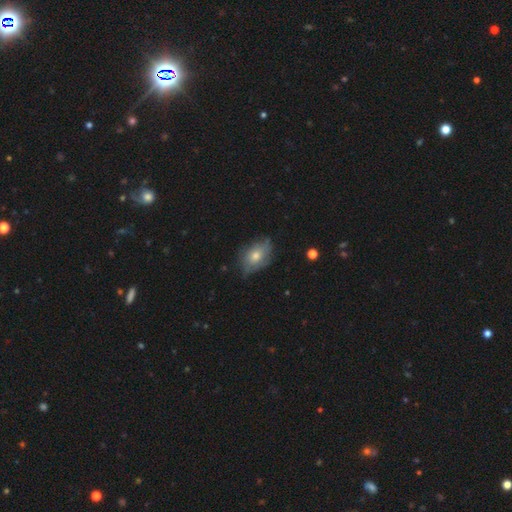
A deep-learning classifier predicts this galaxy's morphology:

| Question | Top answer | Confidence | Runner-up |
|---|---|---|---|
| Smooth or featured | smooth | 57% | featured or disk (34%) |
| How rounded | in between | 79% | round (19%) |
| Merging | none | 64% | minor disturbance (28%) |